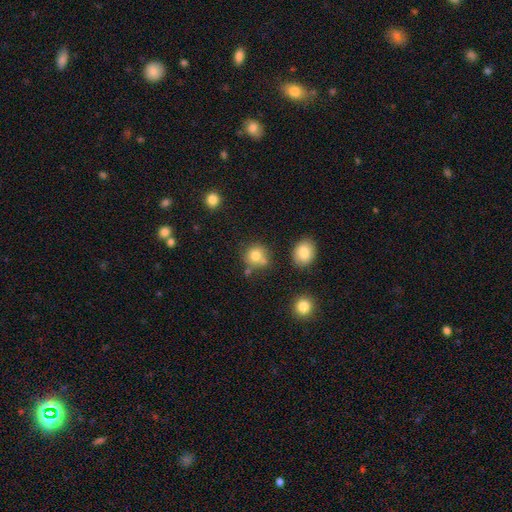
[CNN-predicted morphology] A smooth galaxy with no disk features (78%) that is round (85%).

Vote fractions:
- Smooth or featured? smooth: 78% / star or artifact: 12% / featured or disk: 11%
- How rounded? round: 85% / in between: 14% / cigar-shaped: 1%
- Merging? none: 62% / merger: 18% / minor disturbance: 15% / major disturbance: 5%